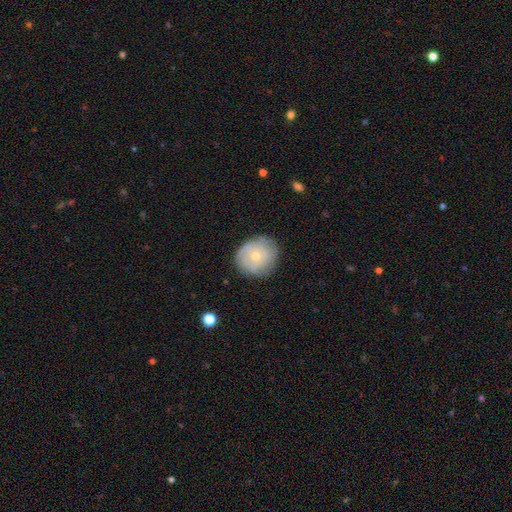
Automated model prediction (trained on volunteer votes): A smooth galaxy with no disk features (48%). Merging: none (77%).